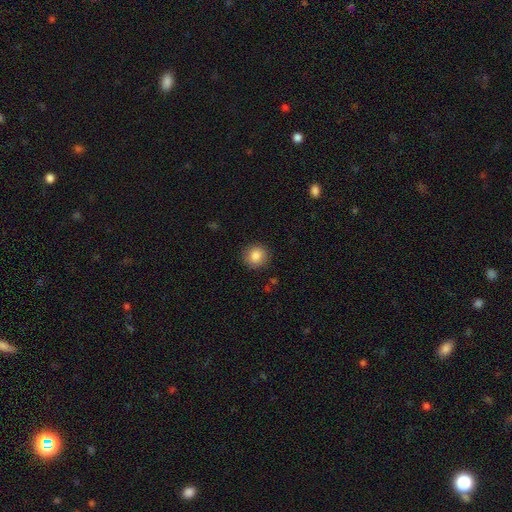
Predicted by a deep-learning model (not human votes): smooth 85%, star or artifact 9%, featured or disk 6%. Down the decision tree: how rounded — round (92%); merging — none (90%).